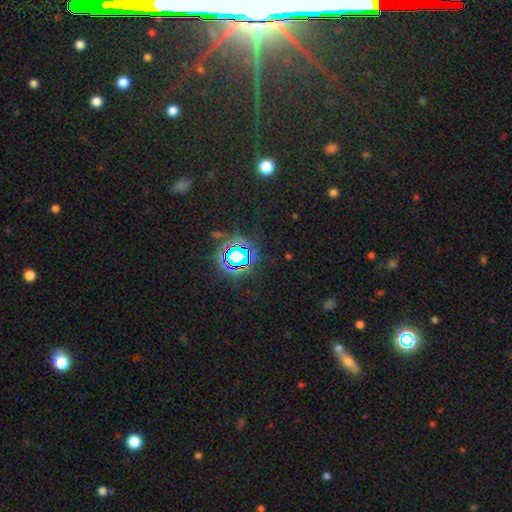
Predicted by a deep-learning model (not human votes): This appears to be a star or artifact, not a galaxy (73%).